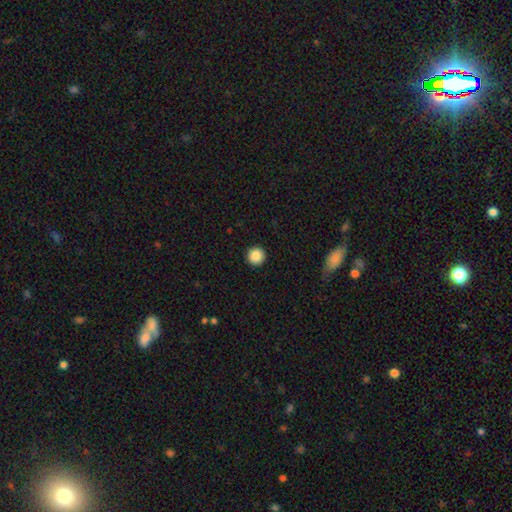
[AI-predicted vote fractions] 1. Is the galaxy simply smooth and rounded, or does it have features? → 87% smooth, 9% star or artifact, 3% featured or disk.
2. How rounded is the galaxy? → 96% round, 3% in between, 1% cigar-shaped.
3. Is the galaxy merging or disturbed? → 93% none, 4% minor disturbance, 2% major disturbance, 1% merger.